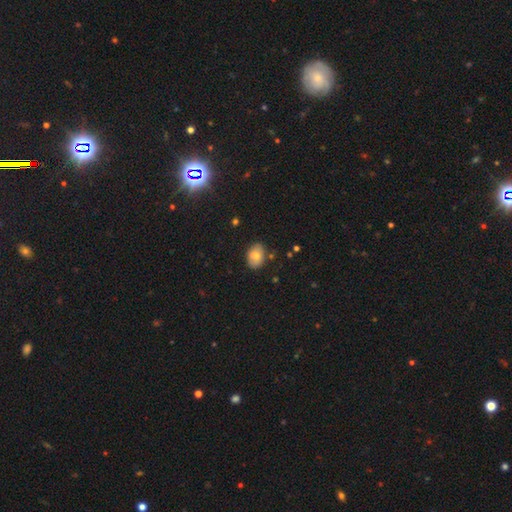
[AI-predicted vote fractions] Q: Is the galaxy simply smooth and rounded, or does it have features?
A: smooth — 73%.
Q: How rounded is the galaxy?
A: in between — 77%.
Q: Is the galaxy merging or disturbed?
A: none — 79%.